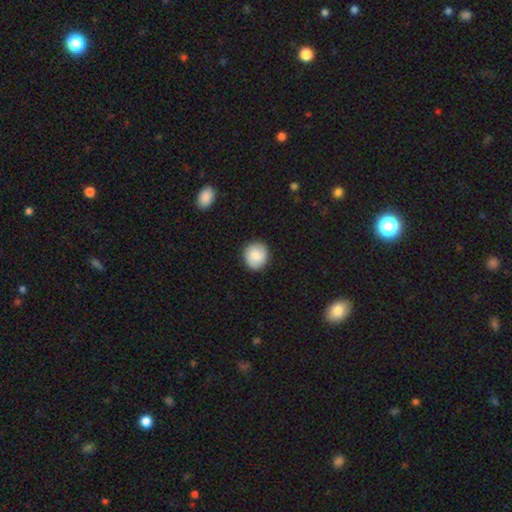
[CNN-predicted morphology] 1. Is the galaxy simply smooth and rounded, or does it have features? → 83% smooth, 10% featured or disk, 7% star or artifact.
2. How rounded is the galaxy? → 86% round, 13% in between, 1% cigar-shaped.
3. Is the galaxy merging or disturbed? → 90% none, 7% minor disturbance, 2% major disturbance, 1% merger.